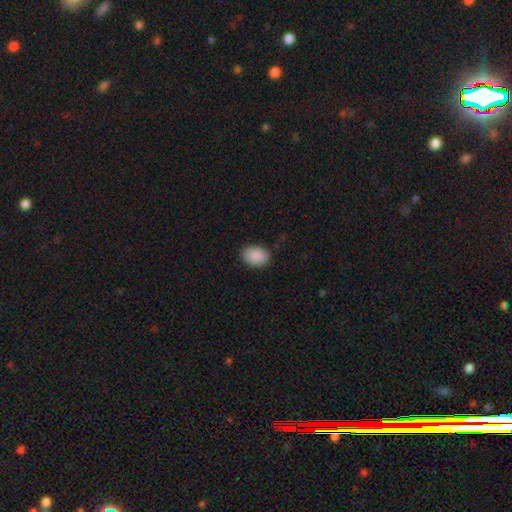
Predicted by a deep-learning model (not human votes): Smooth or featured: smooth — 90% (star or artifact — 7%)
How rounded: in between — 77% (round — 22%)
Merging: none — 84% (minor disturbance — 12%)